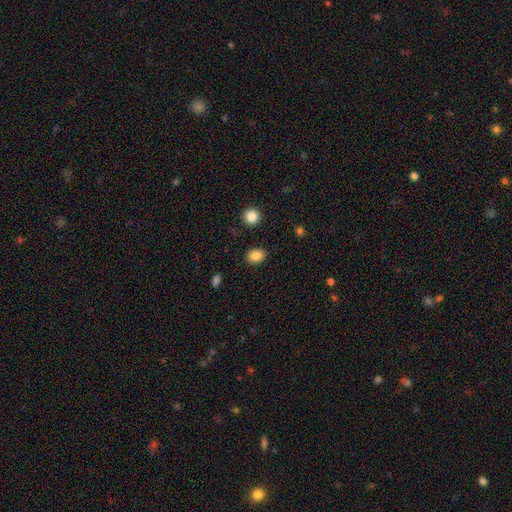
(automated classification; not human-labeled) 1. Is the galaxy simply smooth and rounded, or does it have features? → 85% smooth, 9% star or artifact, 5% featured or disk.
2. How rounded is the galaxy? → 72% in between, 27% round, 1% cigar-shaped.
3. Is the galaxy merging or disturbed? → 87% none, 9% minor disturbance, 3% major disturbance, 2% merger.